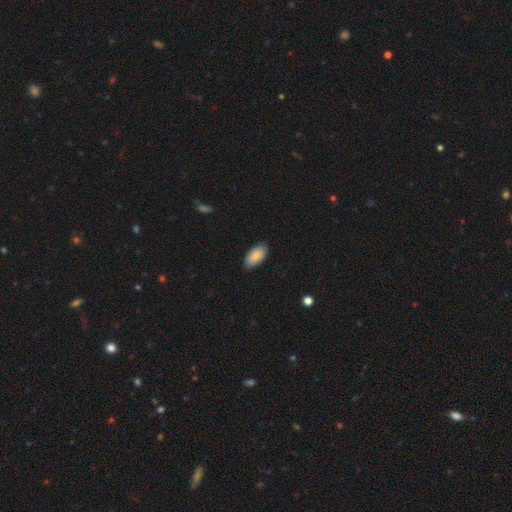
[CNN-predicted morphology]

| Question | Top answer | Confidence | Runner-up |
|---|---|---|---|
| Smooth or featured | smooth | 87% | featured or disk (7%) |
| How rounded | in between | 95% | cigar-shaped (3%) |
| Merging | none | 83% | minor disturbance (14%) |